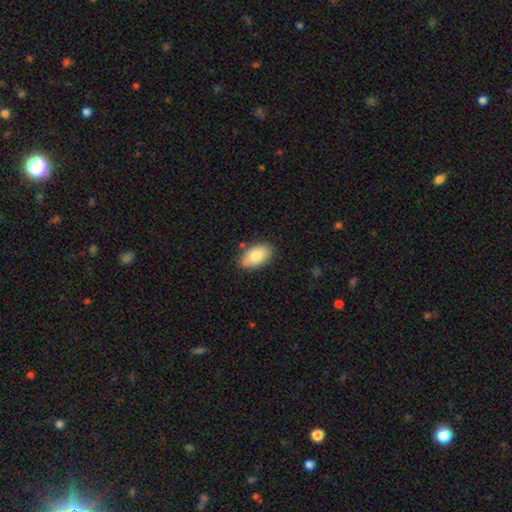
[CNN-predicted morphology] Smooth or featured?
  - smooth: 82% *
  - featured or disk: 12%
  - star or artifact: 7%
How rounded?
  - in between: 93% *
  - round: 6%
  - cigar-shaped: 2%
Merging?
  - none: 79% *
  - minor disturbance: 16%
  - major disturbance: 3%
  - merger: 2%